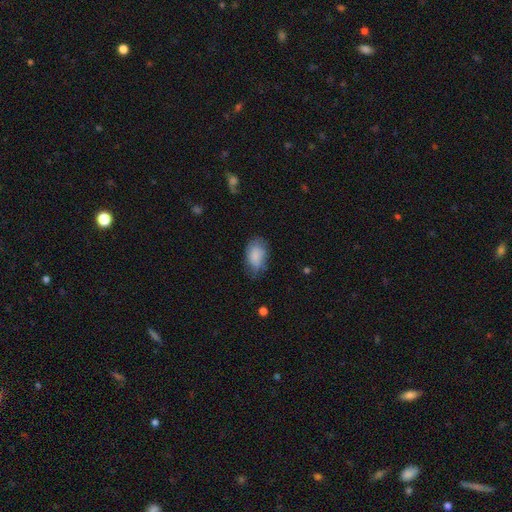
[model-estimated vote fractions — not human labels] Overall: smooth (81%). How rounded: in between (89%). Merging: none (57%; minor disturbance 32%).